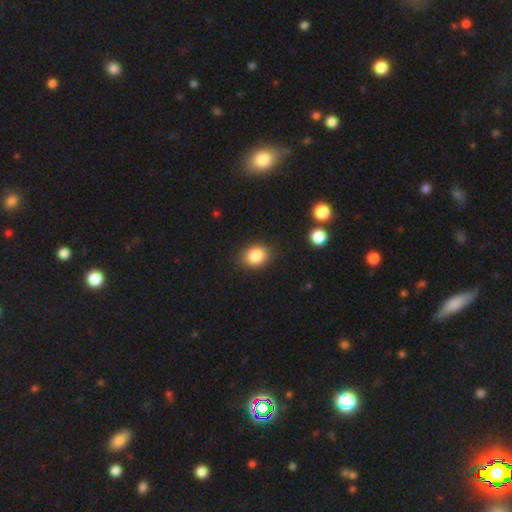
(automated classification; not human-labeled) Q: Smooth or featured?
A: smooth (85%); runner-up: star or artifact (9%)
Q: How rounded?
A: in between (54%); runner-up: round (45%)
Q: Merging?
A: none (85%); runner-up: minor disturbance (10%)